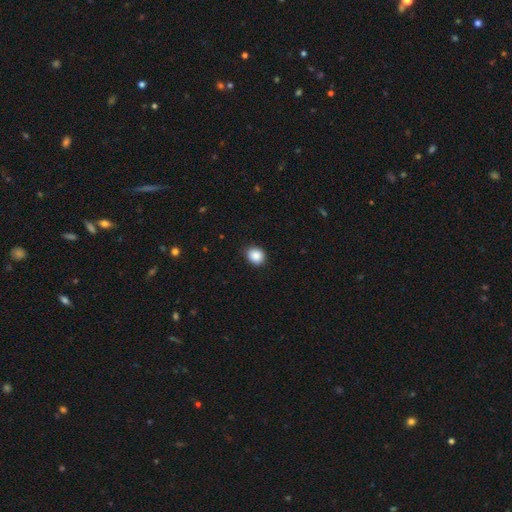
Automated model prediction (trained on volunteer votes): Overall: smooth (89%). How rounded: round (71%). Merging: none (86%).